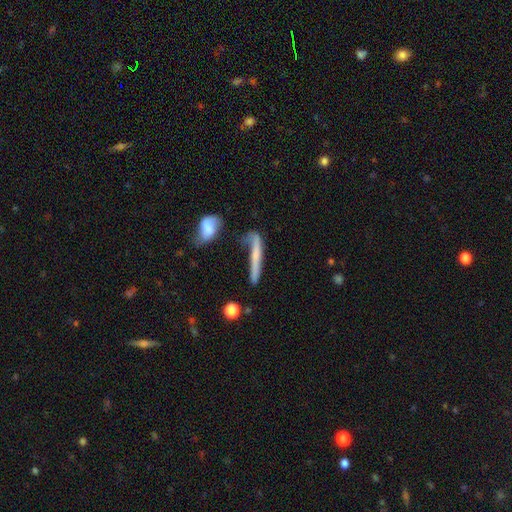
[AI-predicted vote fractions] A smooth galaxy with no disk features (48%).

Vote fractions:
- Smooth or featured? smooth: 48% / featured or disk: 43% / star or artifact: 9%
- Merging? none: 44% / minor disturbance: 23% / major disturbance: 18% / merger: 15%